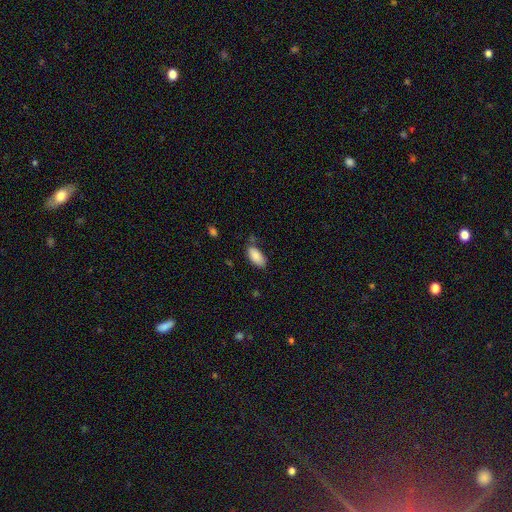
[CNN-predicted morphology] A smooth galaxy with no disk features (86%) that is in between round and cigar-shaped (94%).

Vote fractions:
- Smooth or featured? smooth: 86% / star or artifact: 7% / featured or disk: 7%
- How rounded? in between: 94% / cigar-shaped: 4% / round: 2%
- Merging? none: 65% / minor disturbance: 24% / merger: 6% / major disturbance: 5%